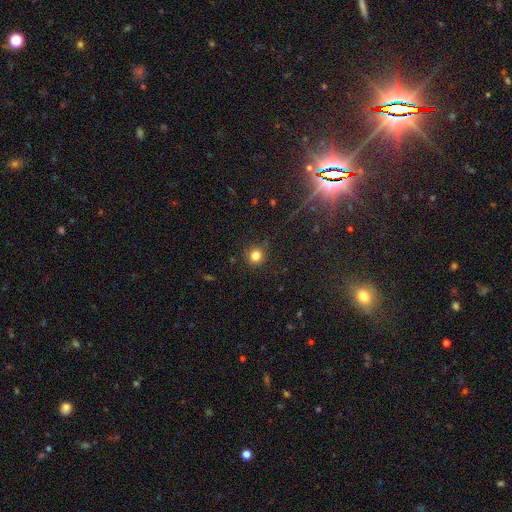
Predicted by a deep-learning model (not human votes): Q: Smooth or featured?
A: smooth (80%); runner-up: star or artifact (14%)
Q: How rounded?
A: round (91%); runner-up: in between (8%)
Q: Merging?
A: none (87%); runner-up: minor disturbance (9%)